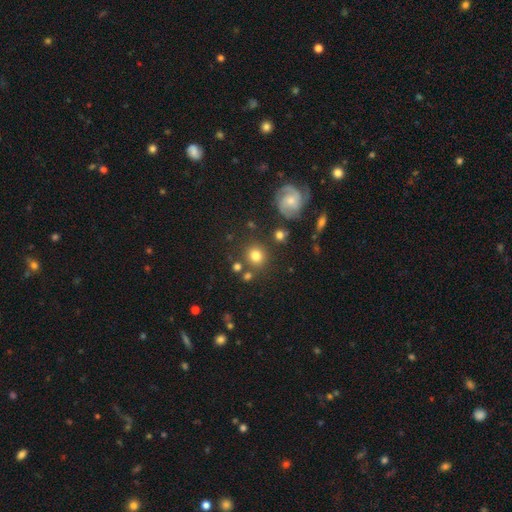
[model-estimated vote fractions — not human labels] Smooth or featured? smooth (78%)
How rounded? round (87%)
Merging? none (80%)